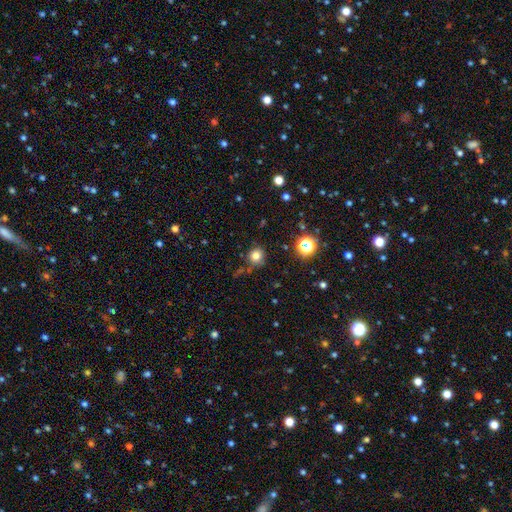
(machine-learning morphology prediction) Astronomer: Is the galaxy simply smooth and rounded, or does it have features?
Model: smooth — 78%.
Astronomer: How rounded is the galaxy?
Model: round — 88%.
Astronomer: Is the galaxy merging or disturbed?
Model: none — 81%.